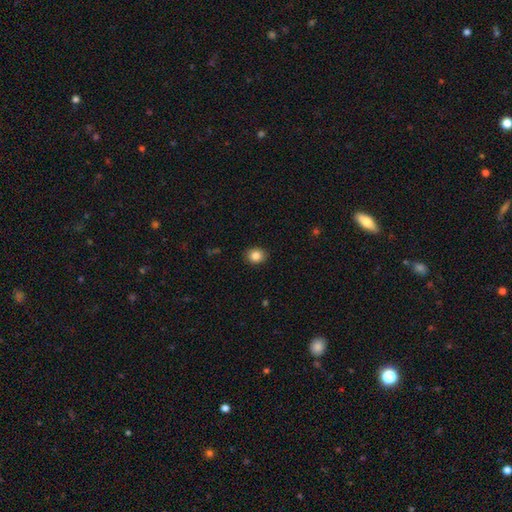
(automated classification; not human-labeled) This appears to be a smooth galaxy with no disk features (85%) that is round (64%). Merging: none (90%).